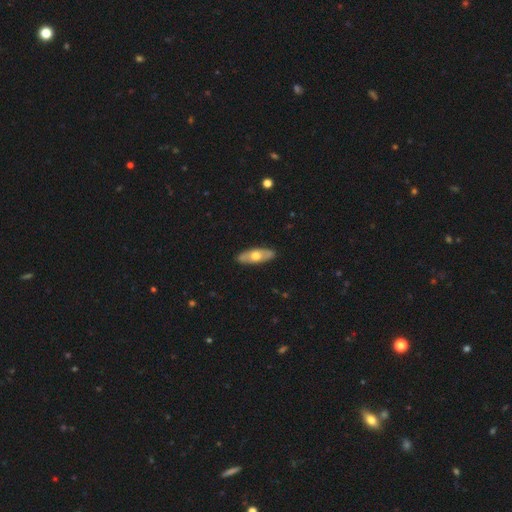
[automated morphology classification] smooth_or_featured: smooth (p=0.49) [alt: featured or disk p=0.46]
merging: none (p=0.88) [alt: minor disturbance p=0.09]